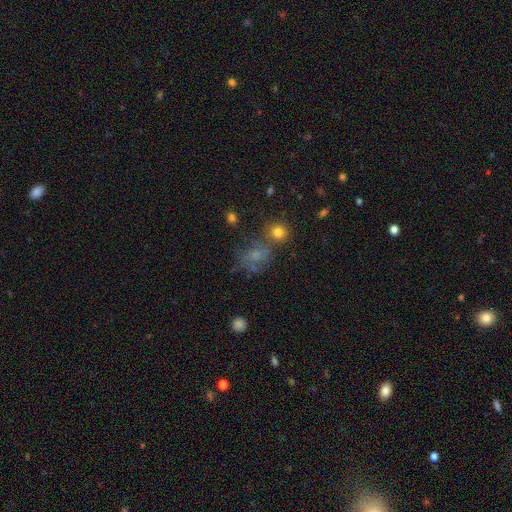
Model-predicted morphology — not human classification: This appears to be a smooth galaxy with no disk features (53%) that is round (54%). Merging: none (47%).